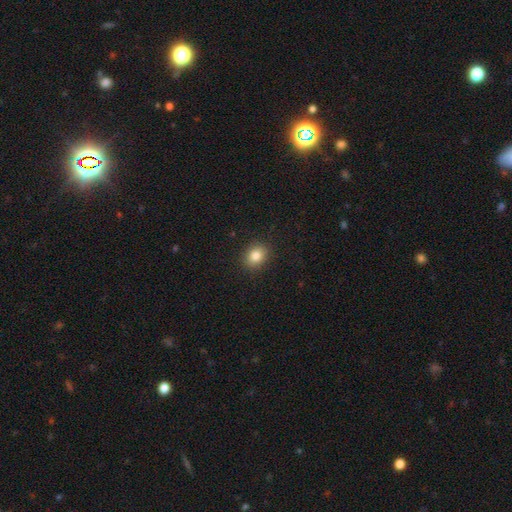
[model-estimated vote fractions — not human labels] This appears to be a smooth galaxy with no disk features (85%) that is in between round and cigar-shaped (50%). Merging: none (89%).